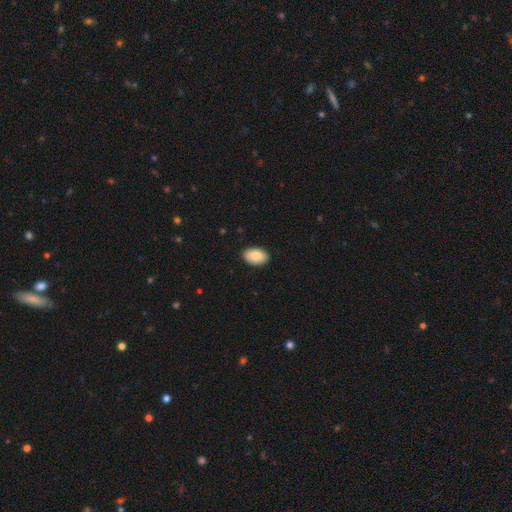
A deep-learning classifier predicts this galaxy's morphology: A smooth galaxy with no disk features (87%) that is in between round and cigar-shaped (93%).

Vote fractions:
- Smooth or featured? smooth: 87% / featured or disk: 7% / star or artifact: 6%
- How rounded? in between: 93% / round: 6% / cigar-shaped: 1%
- Merging? none: 89% / minor disturbance: 9% / major disturbance: 2% / merger: 1%